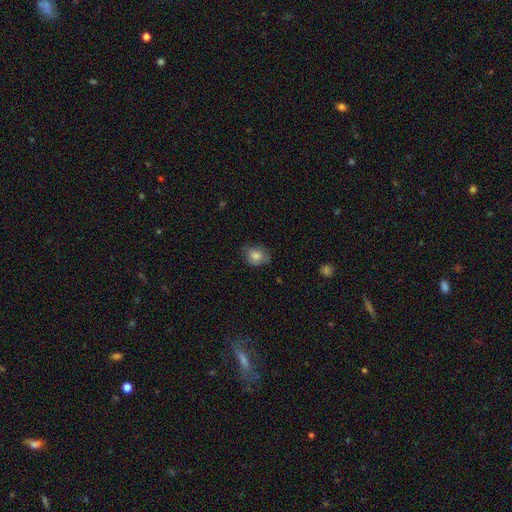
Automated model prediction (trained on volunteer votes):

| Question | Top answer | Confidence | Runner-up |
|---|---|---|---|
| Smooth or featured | smooth | 78% | featured or disk (13%) |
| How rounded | round | 57% | in between (42%) |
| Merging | none | 65% | minor disturbance (26%) |